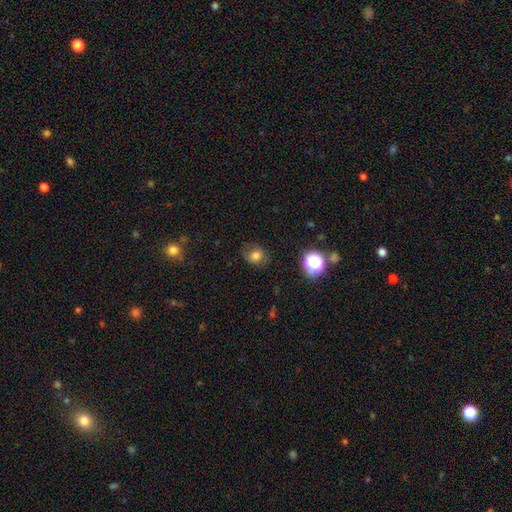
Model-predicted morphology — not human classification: Smooth or featured?
  - smooth: 75% *
  - star or artifact: 15%
  - featured or disk: 10%
How rounded?
  - round: 72% *
  - in between: 27%
  - cigar-shaped: 1%
Merging?
  - none: 73% *
  - minor disturbance: 19%
  - major disturbance: 7%
  - merger: 1%